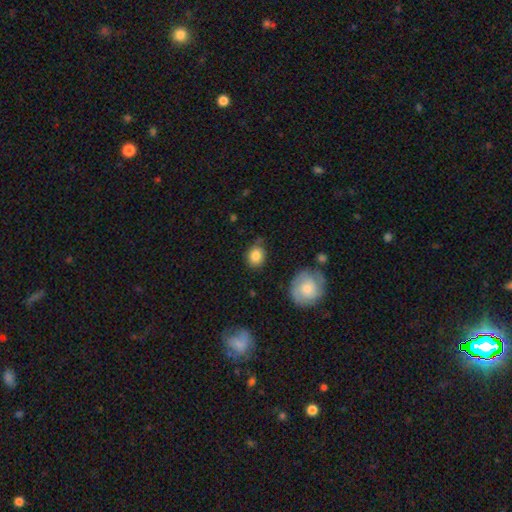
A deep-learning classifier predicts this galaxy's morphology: Q: Smooth or featured?
A: smooth (83%); runner-up: featured or disk (10%)
Q: How rounded?
A: round (57%); runner-up: in between (42%)
Q: Merging?
A: none (64%); runner-up: minor disturbance (27%)